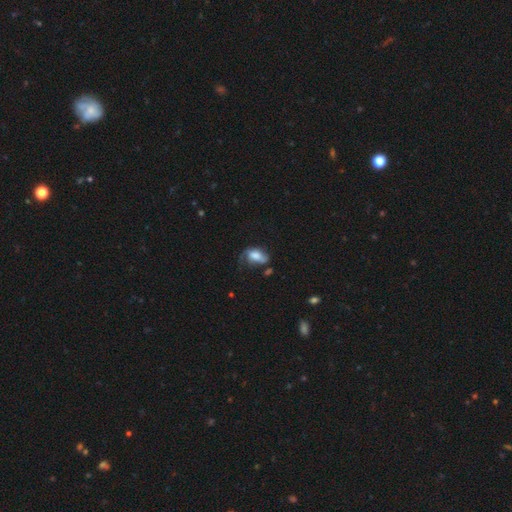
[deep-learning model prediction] Smooth or featured?
  - smooth: 57% *
  - featured or disk: 34%
  - star or artifact: 8%
How rounded?
  - in between: 87% *
  - round: 10%
  - cigar-shaped: 3%
Merging?
  - none: 32% *
  - major disturbance: 31%
  - minor disturbance: 31%
  - merger: 6%